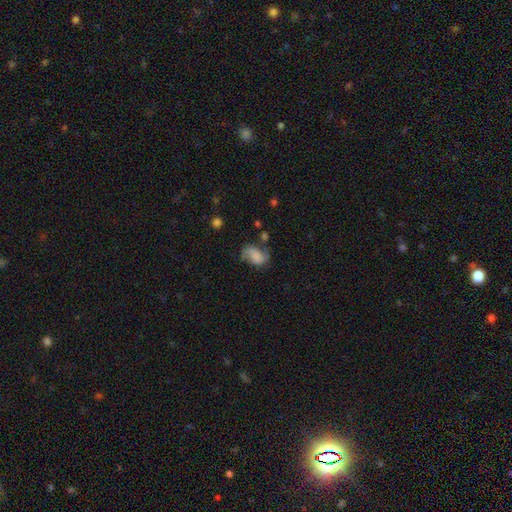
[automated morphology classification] smooth_or_featured: featured or disk (p=0.47) [alt: smooth p=0.43]
merging: none (p=0.45) [alt: minor disturbance p=0.27]